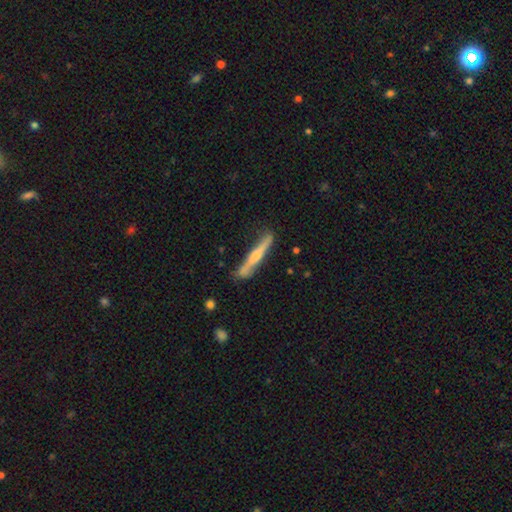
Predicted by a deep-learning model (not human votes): Smooth or featured? featured or disk (57%)
Edge-on disk? yes (94%)
Edge-on bulge? rounded (67%)
Merging? none (76%)